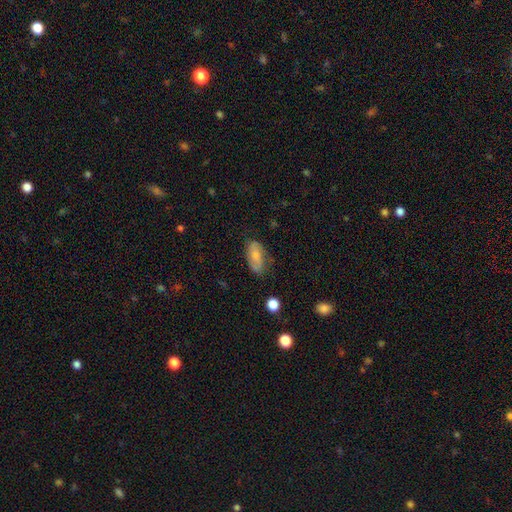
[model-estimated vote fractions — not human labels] A smooth galaxy with no disk features (60%) that is in between round and cigar-shaped (89%). Merging: none (65%).